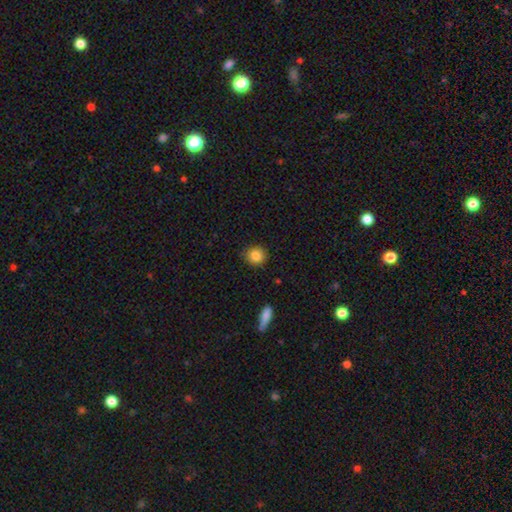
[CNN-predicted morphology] Smooth or featured? smooth (85%)
How rounded? round (86%)
Merging? none (85%)